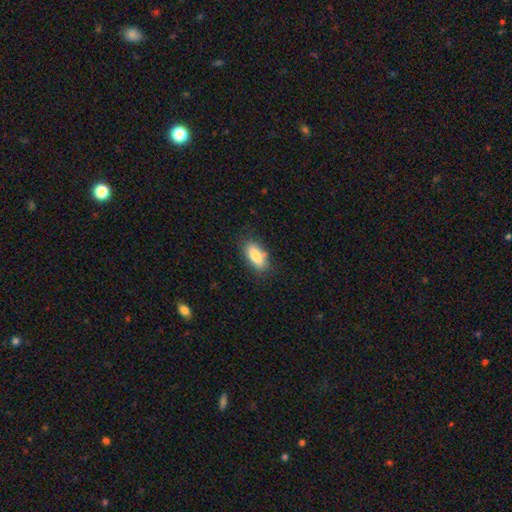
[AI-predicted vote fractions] Smooth or featured?
  - smooth: 81% *
  - featured or disk: 12%
  - star or artifact: 7%
How rounded?
  - in between: 85% *
  - cigar-shaped: 11%
  - round: 3%
Merging?
  - none: 80% *
  - minor disturbance: 14%
  - major disturbance: 3%
  - merger: 2%